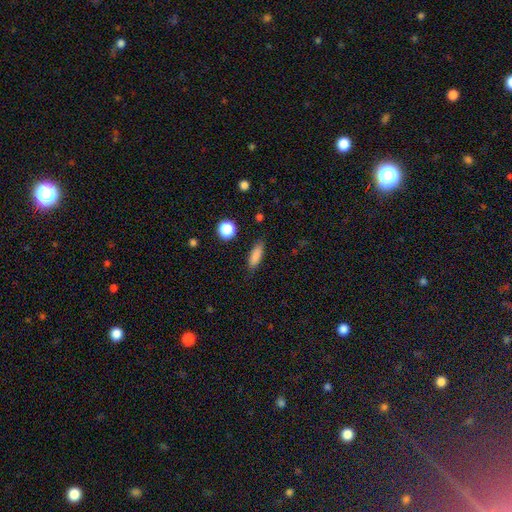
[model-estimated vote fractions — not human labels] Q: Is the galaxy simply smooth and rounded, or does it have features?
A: smooth — 85%.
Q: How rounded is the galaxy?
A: in between — 54%.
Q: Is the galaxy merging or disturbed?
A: none — 83%.